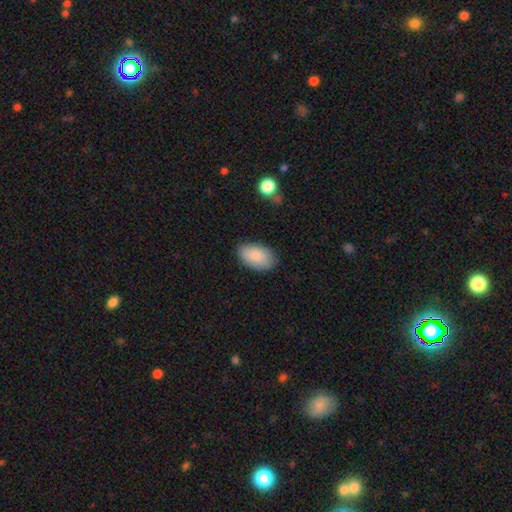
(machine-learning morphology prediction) Smooth or featured? smooth (85%)
How rounded? in between (93%)
Merging? none (82%)